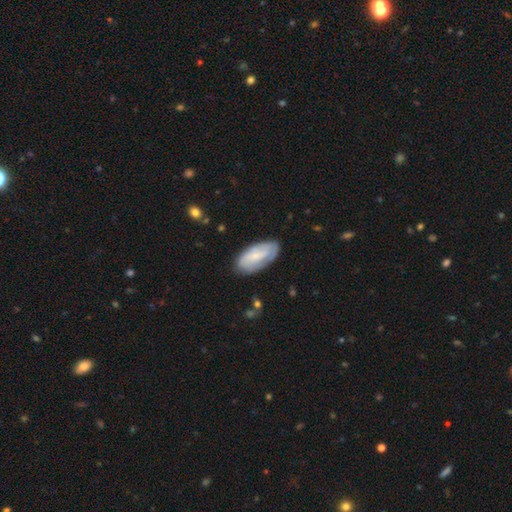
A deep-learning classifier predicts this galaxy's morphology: This is possibly a smooth galaxy (53%). How rounded: clearly in between (91%). Merging: likely none (77%).